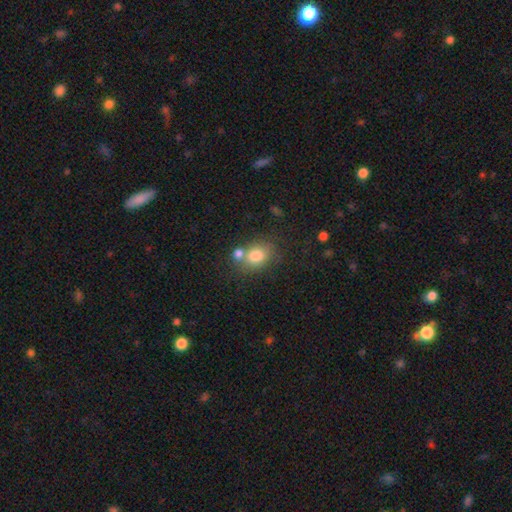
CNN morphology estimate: This is likely a smooth galaxy (79%). How rounded: possibly in between (52%). Merging: possibly none (53%).